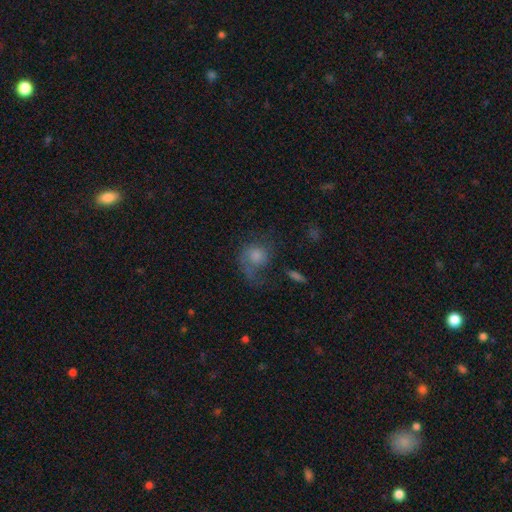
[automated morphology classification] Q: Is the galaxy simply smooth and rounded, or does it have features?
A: featured or disk — 48%.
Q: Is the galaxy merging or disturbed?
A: none — 40%.